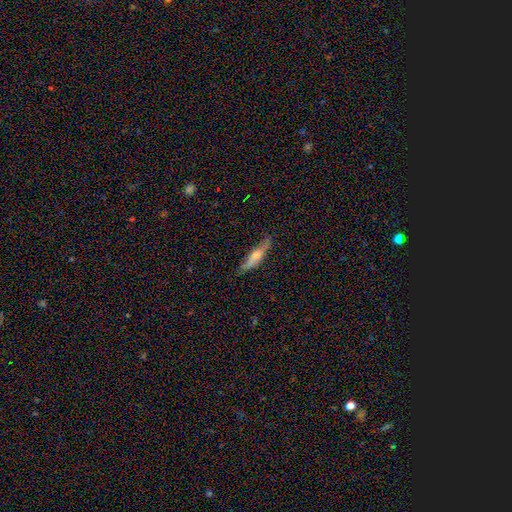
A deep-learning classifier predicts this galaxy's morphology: smooth_or_featured: featured or disk (p=0.56) [alt: smooth p=0.37]
disk_edge_on: yes (p=0.88) [alt: no p=0.12]
merging: none (p=0.77) [alt: minor disturbance p=0.18]